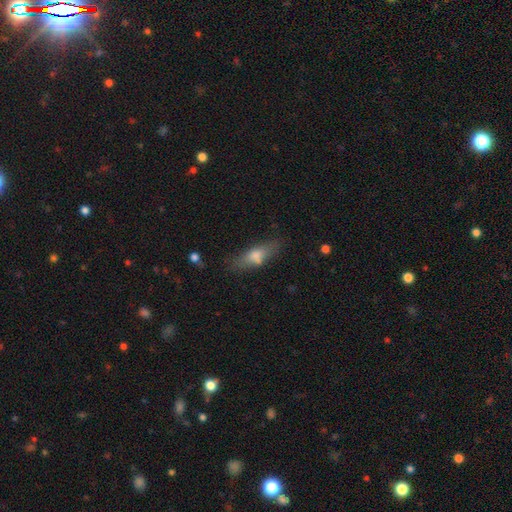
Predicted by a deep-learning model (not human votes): Smooth or featured? smooth (60%)
How rounded? cigar-shaped (50%)
Merging? none (72%)